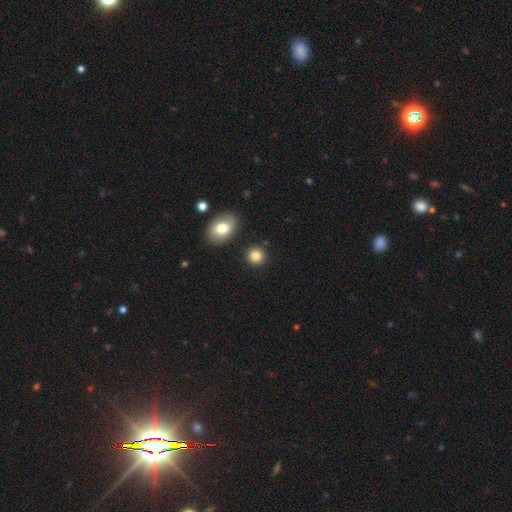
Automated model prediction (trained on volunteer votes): smooth 84%, star or artifact 10%, featured or disk 6%. Down the decision tree: how rounded — round (87%); merging — none (87%).